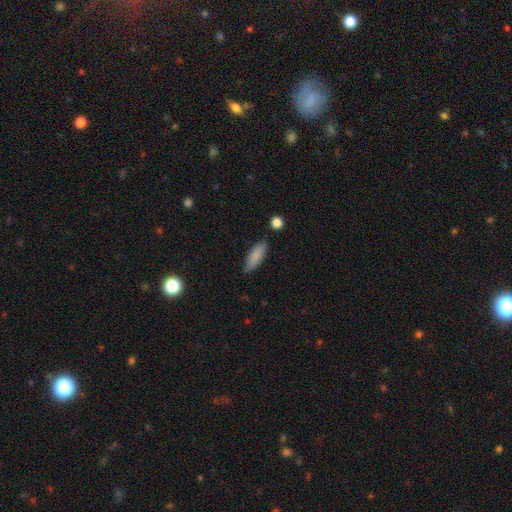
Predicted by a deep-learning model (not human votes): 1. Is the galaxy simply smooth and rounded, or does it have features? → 86% smooth, 7% featured or disk, 6% star or artifact.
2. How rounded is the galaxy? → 62% in between, 37% cigar-shaped, 2% round.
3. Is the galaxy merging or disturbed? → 83% none, 12% minor disturbance, 2% major disturbance, 2% merger.